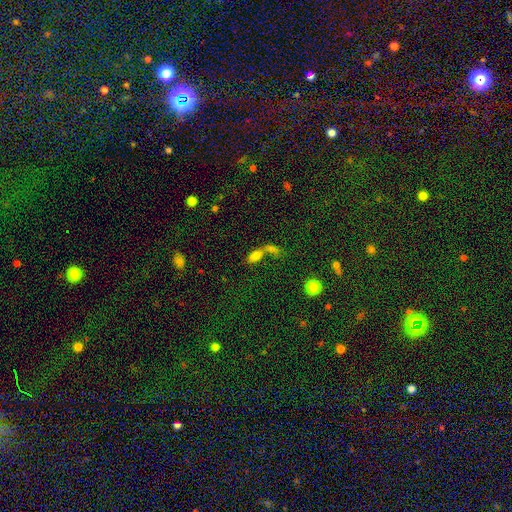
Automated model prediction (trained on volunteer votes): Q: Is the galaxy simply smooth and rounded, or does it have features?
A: smooth — 70%.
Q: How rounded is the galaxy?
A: in between — 81%.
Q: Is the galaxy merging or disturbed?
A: merger — 49%.